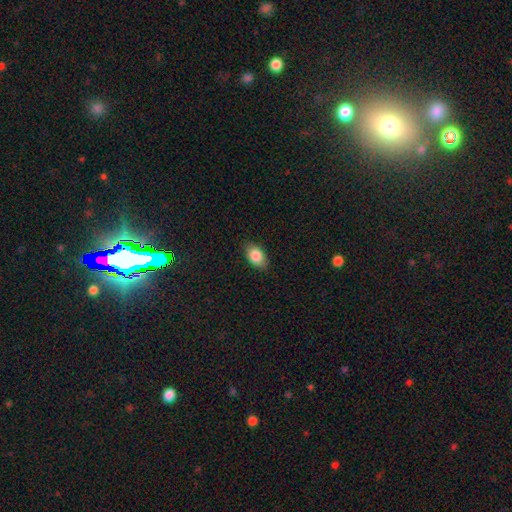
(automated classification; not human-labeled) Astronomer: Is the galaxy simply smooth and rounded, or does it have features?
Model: smooth — 86%.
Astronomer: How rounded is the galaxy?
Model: in between — 86%.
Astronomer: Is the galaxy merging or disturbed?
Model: none — 84%.